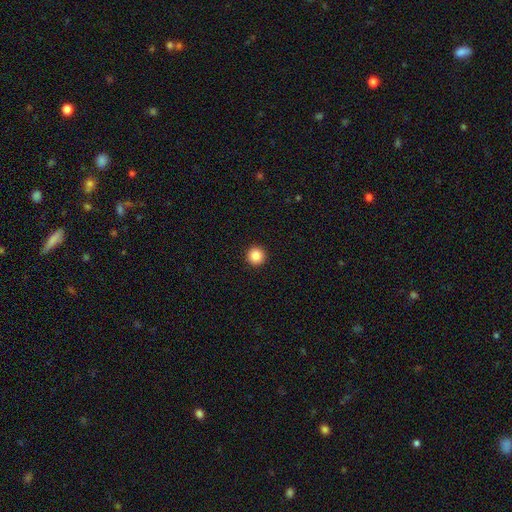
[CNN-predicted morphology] Smooth or featured?
  - smooth: 86% *
  - star or artifact: 10%
  - featured or disk: 4%
How rounded?
  - round: 96% *
  - in between: 3%
  - cigar-shaped: 1%
Merging?
  - none: 94% *
  - minor disturbance: 4%
  - major disturbance: 1%
  - merger: 1%